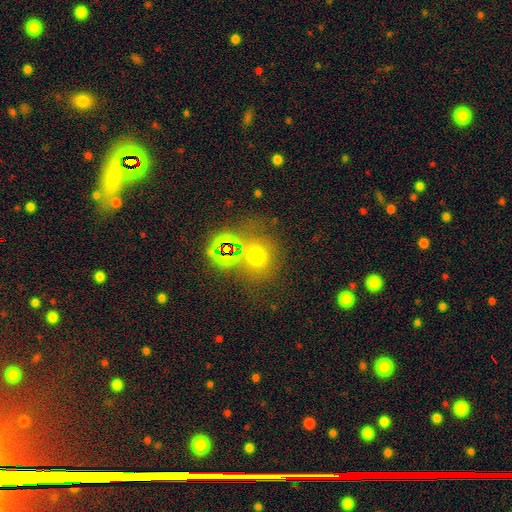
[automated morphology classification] A smooth galaxy with no disk features (62%) that is round (79%).

Vote fractions:
- Smooth or featured? smooth: 62% / star or artifact: 27% / featured or disk: 11%
- How rounded? round: 79% / in between: 20% / cigar-shaped: 1%
- Merging? none: 66% / merger: 14% / minor disturbance: 13% / major disturbance: 7%